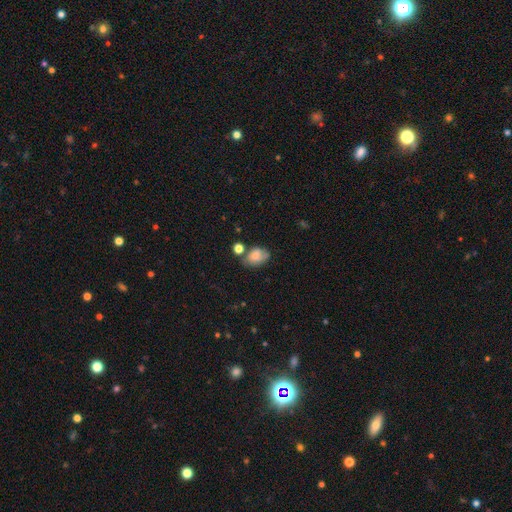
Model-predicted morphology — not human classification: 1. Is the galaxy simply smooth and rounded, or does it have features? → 73% smooth, 17% featured or disk, 10% star or artifact.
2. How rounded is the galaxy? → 76% in between, 23% round, 1% cigar-shaped.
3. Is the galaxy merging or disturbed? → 48% none, 27% minor disturbance, 15% merger, 10% major disturbance.